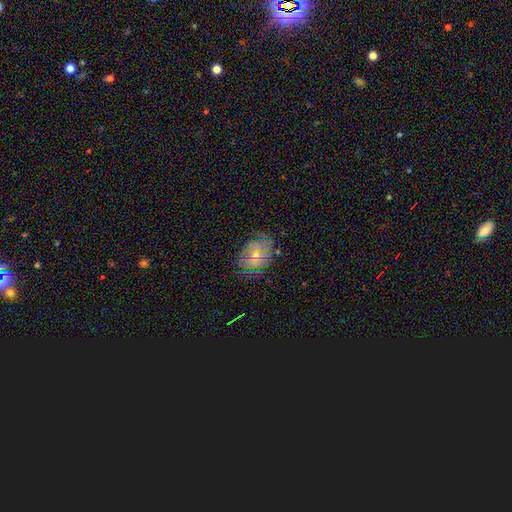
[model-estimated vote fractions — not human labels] A smooth galaxy with no disk features (47%). Merging: none (71%).